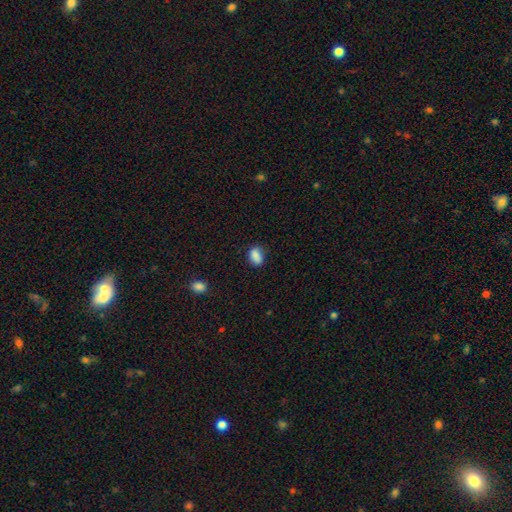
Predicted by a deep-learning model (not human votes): smooth 86%, star or artifact 9%, featured or disk 5%. Down the decision tree: how rounded — in between (81%); merging — none (76%).